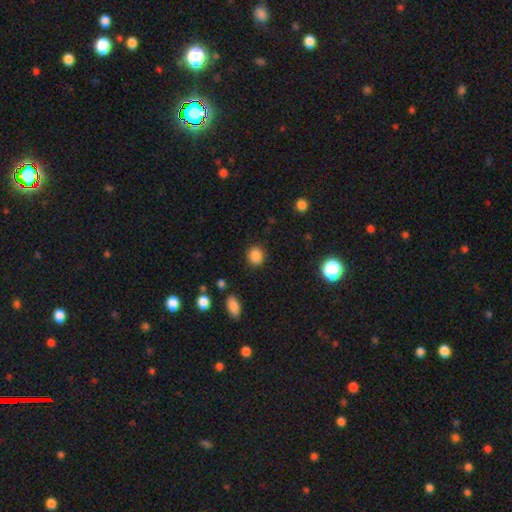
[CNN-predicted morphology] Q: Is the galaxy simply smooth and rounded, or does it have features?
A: smooth — 86%.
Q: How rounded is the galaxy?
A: round — 81%.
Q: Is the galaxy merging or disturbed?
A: none — 89%.